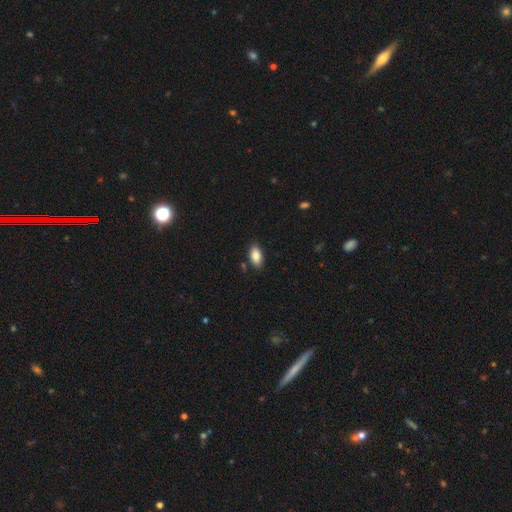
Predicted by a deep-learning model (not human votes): Smooth or featured?
  - smooth: 85% *
  - featured or disk: 7%
  - star or artifact: 7%
How rounded?
  - in between: 93% *
  - round: 4%
  - cigar-shaped: 3%
Merging?
  - none: 85% *
  - minor disturbance: 10%
  - major disturbance: 2%
  - merger: 2%